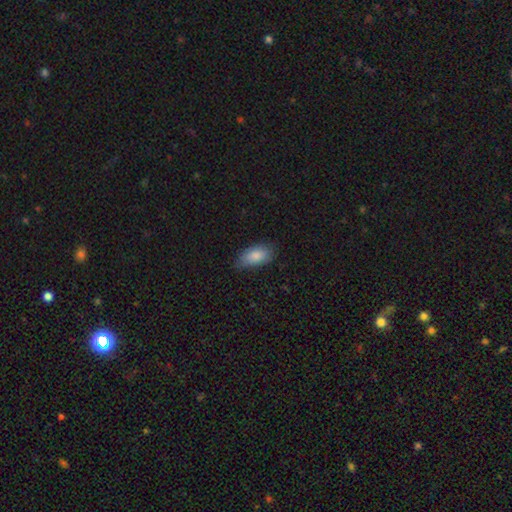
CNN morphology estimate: Smooth or featured: smooth — 84% (featured or disk — 9%)
How rounded: in between — 92% (cigar-shaped — 5%)
Merging: none — 67% (minor disturbance — 27%)